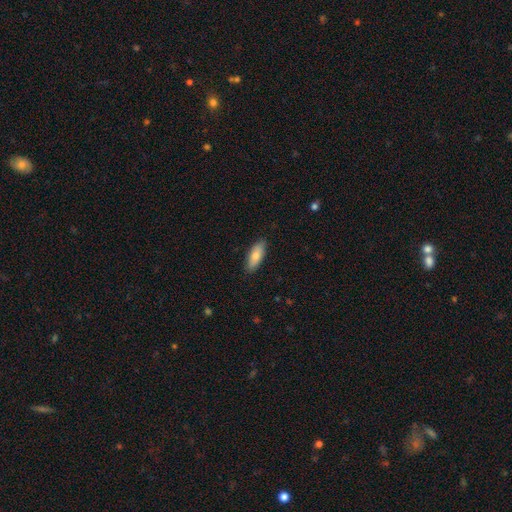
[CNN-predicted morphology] Overall: smooth (78%). How rounded: in between (70%). Merging: none (87%).